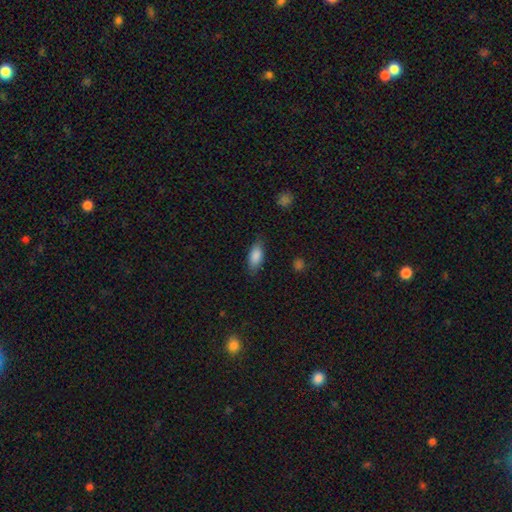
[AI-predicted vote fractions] Smooth or featured?
  - smooth: 86% *
  - star or artifact: 7%
  - featured or disk: 7%
How rounded?
  - in between: 85% *
  - cigar-shaped: 12%
  - round: 2%
Merging?
  - none: 82% *
  - minor disturbance: 14%
  - major disturbance: 3%
  - merger: 1%